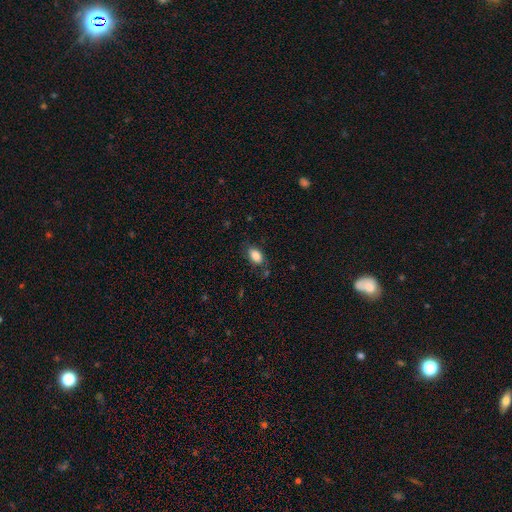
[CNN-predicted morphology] Q: Smooth or featured?
A: smooth (86%); runner-up: star or artifact (8%)
Q: How rounded?
A: in between (89%); runner-up: round (8%)
Q: Merging?
A: none (76%); runner-up: minor disturbance (17%)